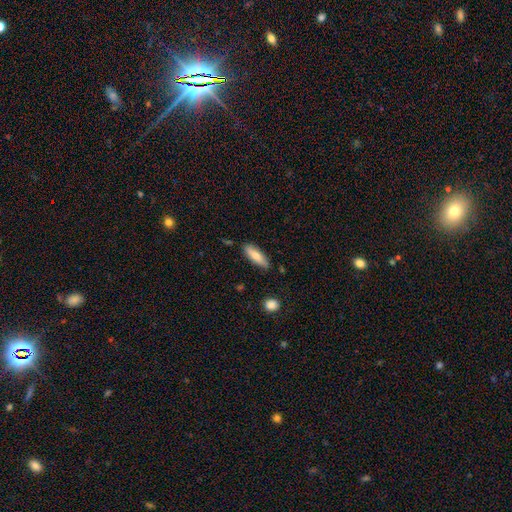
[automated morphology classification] Smooth or featured? smooth (72%)
How rounded? cigar-shaped (50%)
Merging? none (81%)